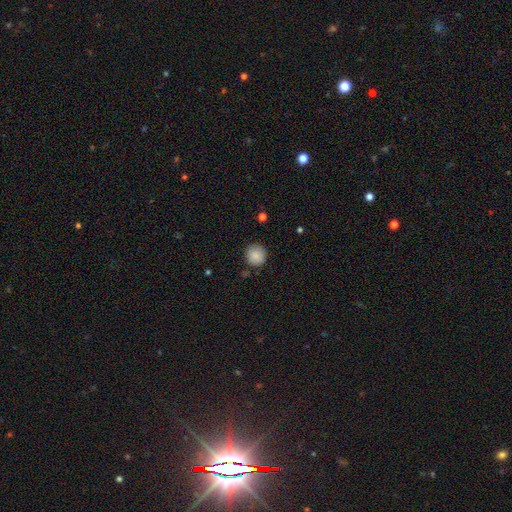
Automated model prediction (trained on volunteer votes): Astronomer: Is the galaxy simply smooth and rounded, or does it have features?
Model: smooth — 88%.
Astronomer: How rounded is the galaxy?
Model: round — 93%.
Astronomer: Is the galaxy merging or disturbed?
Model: none — 87%.